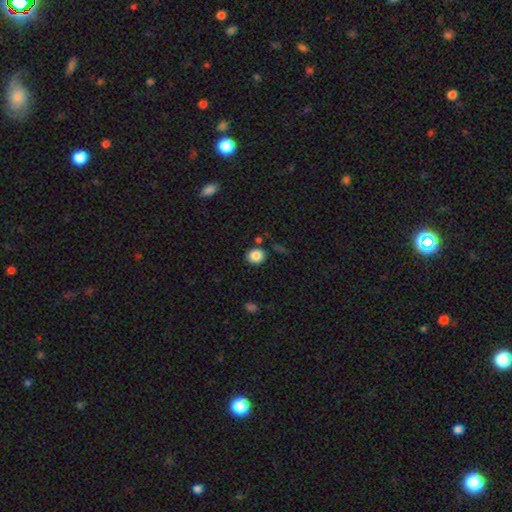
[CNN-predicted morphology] Q: Smooth or featured?
A: smooth (86%); runner-up: star or artifact (9%)
Q: How rounded?
A: round (77%); runner-up: in between (22%)
Q: Merging?
A: none (84%); runner-up: minor disturbance (9%)